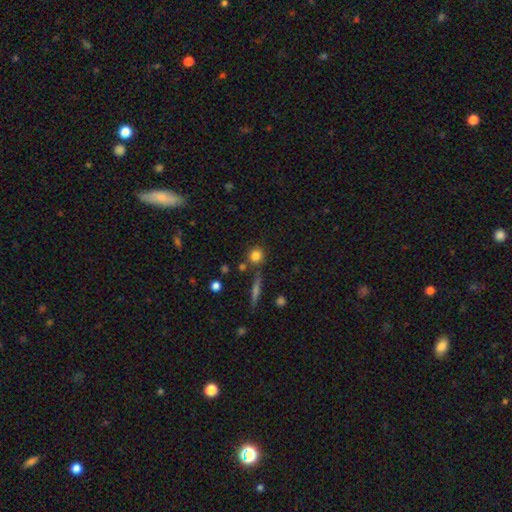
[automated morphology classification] Smooth or featured?
  - smooth: 81% *
  - star or artifact: 11%
  - featured or disk: 8%
How rounded?
  - round: 87% *
  - in between: 10%
  - cigar-shaped: 3%
Merging?
  - none: 75% *
  - merger: 11%
  - minor disturbance: 11%
  - major disturbance: 4%